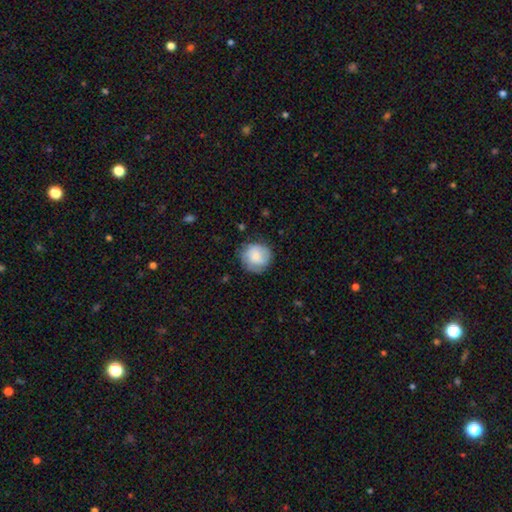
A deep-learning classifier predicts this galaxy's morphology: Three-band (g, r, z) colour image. It shows a smooth galaxy with no disk features (67%) that is round (91%). Merging: none (77%).